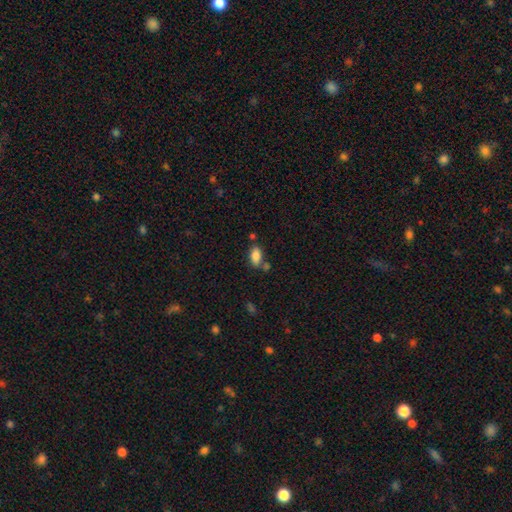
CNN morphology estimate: Smooth or featured? Predicted: smooth (p=0.85). How rounded? Predicted: in between (p=0.92). Merging? Predicted: none (p=0.66).